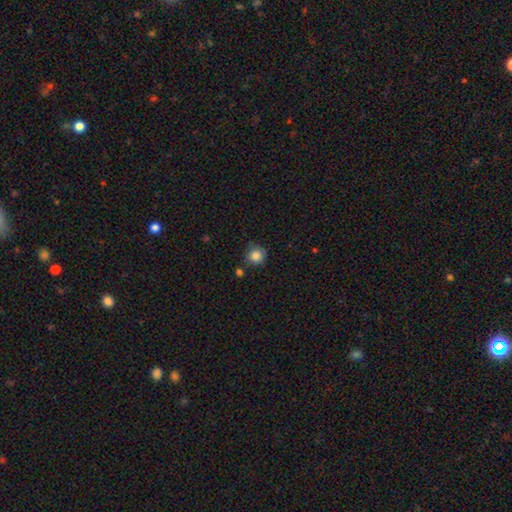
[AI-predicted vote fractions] Smooth or featured? Predicted: smooth (p=0.85). How rounded? Predicted: round (p=0.91). Merging? Predicted: none (p=0.79).